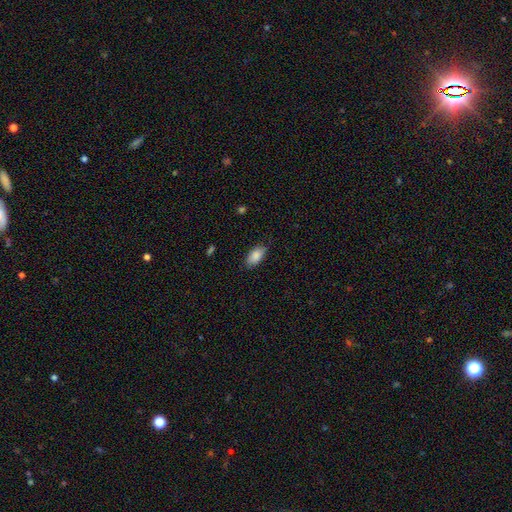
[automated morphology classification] Smooth or featured?
  - smooth: 87% *
  - featured or disk: 7%
  - star or artifact: 6%
How rounded?
  - in between: 92% *
  - cigar-shaped: 4%
  - round: 3%
Merging?
  - none: 79% *
  - minor disturbance: 17%
  - major disturbance: 3%
  - merger: 1%